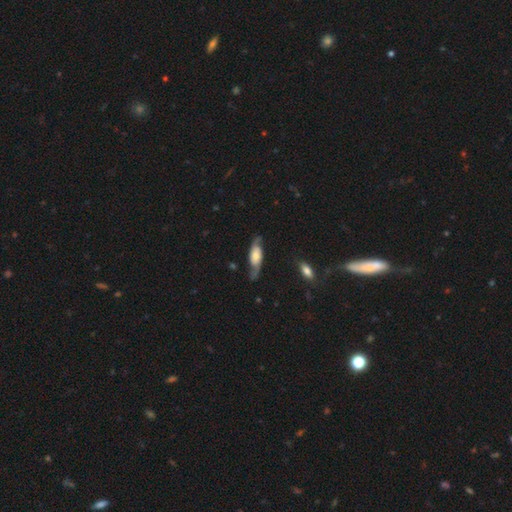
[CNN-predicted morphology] smooth_or_featured: featured or disk (p=0.71) [alt: smooth p=0.23]
disk_edge_on: no (p=0.83) [alt: yes p=0.17]
bar: no (p=0.63) [alt: weak p=0.27]
has_spiral_arms: yes (p=0.92) [alt: no p=0.08]
spiral_winding: medium (p=0.41) [alt: loose p=0.39]
spiral_arm_count: 2 (p=0.88) [alt: can't tell p=0.06]
bulge_size: moderate (p=0.41) [alt: small p=0.29]
merging: none (p=0.73) [alt: minor disturbance p=0.18]